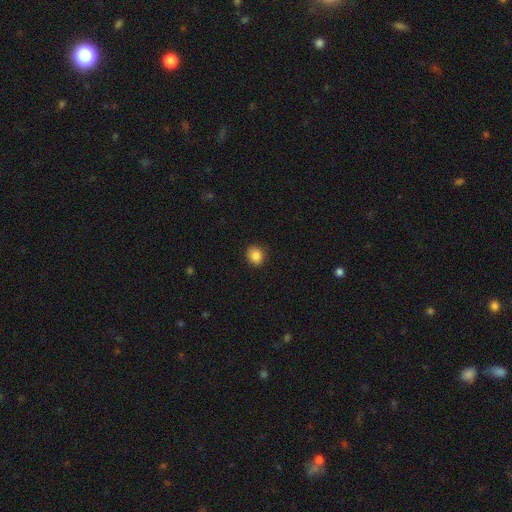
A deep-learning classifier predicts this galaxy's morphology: Smooth or featured? smooth (86%)
How rounded? round (74%)
Merging? none (87%)